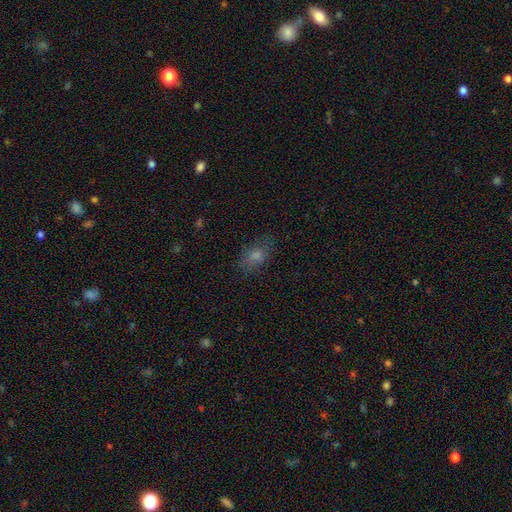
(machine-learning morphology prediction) A smooth galaxy with no disk features (63%) that is in between round and cigar-shaped (75%).

Vote fractions:
- Smooth or featured? smooth: 63% / star or artifact: 21% / featured or disk: 15%
- How rounded? in between: 75% / round: 20% / cigar-shaped: 5%
- Merging? none: 78% / minor disturbance: 15% / major disturbance: 5% / merger: 1%